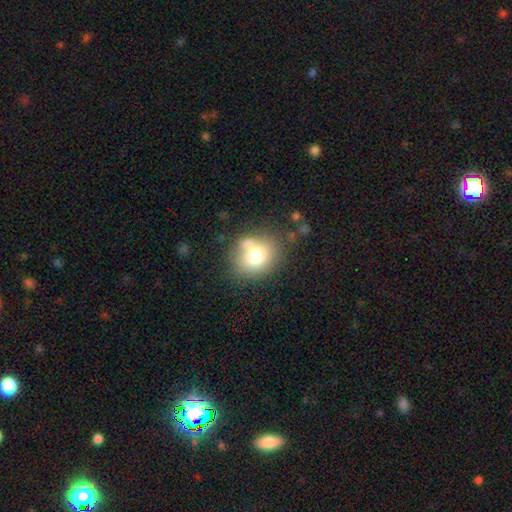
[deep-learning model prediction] smooth_or_featured: smooth (p=0.73) [alt: featured or disk p=0.17]
how_rounded: round (p=0.58) [alt: in between p=0.41]
merging: none (p=0.56) [alt: merger p=0.20]